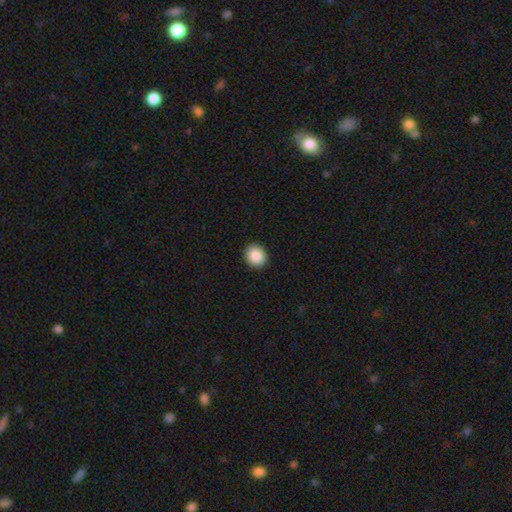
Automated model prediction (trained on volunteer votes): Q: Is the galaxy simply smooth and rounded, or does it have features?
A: smooth — 89%.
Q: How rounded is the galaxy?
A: round — 73%.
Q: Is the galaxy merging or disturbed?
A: none — 92%.